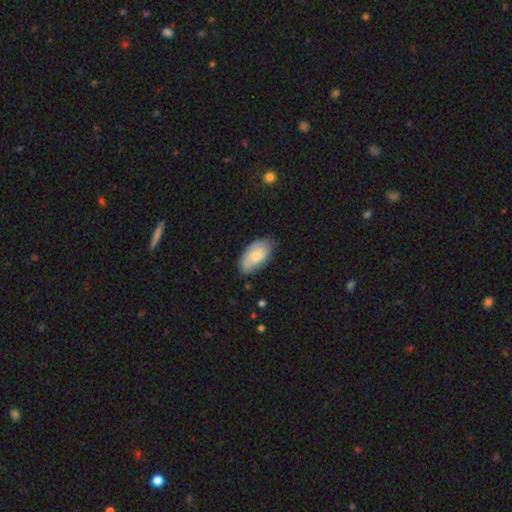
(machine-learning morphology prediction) Q: Smooth or featured?
A: smooth (66%); runner-up: featured or disk (28%)
Q: How rounded?
A: in between (94%); runner-up: round (3%)
Q: Merging?
A: none (71%); runner-up: minor disturbance (24%)